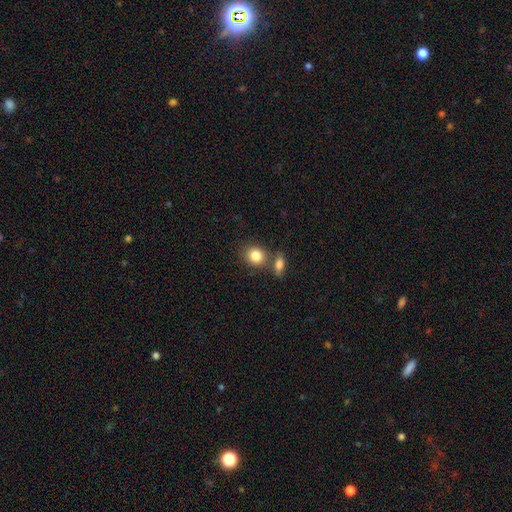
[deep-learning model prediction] Smooth or featured: smooth — 84% (star or artifact — 9%)
How rounded: round — 68% (in between — 31%)
Merging: none — 60% (merger — 26%)